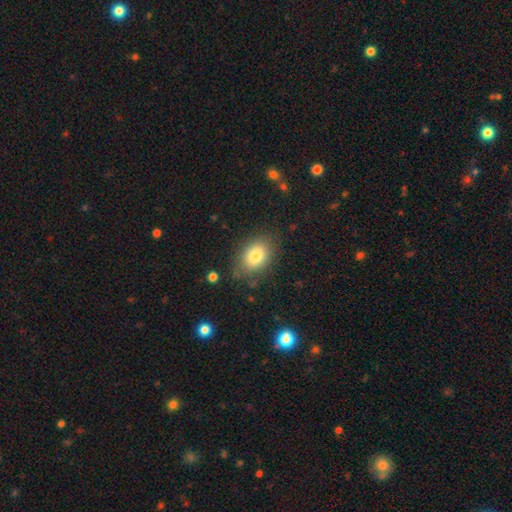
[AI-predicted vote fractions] smooth 81%, featured or disk 10%, star or artifact 9%. Down the decision tree: how rounded — in between (79%); merging — none (80%).